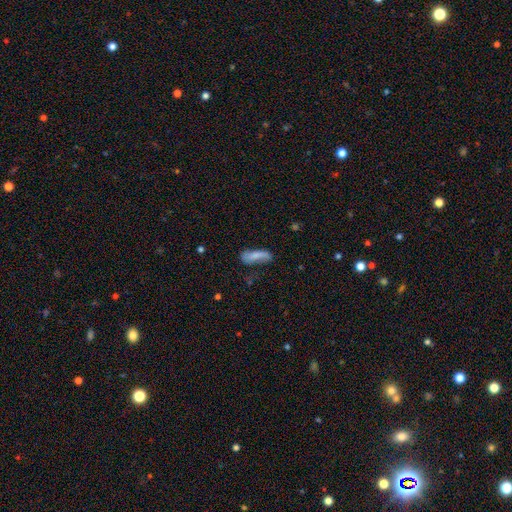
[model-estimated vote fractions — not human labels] This appears to be a smooth galaxy with no disk features (72%) that is cigar-shaped (50%). Merging: none (52%).